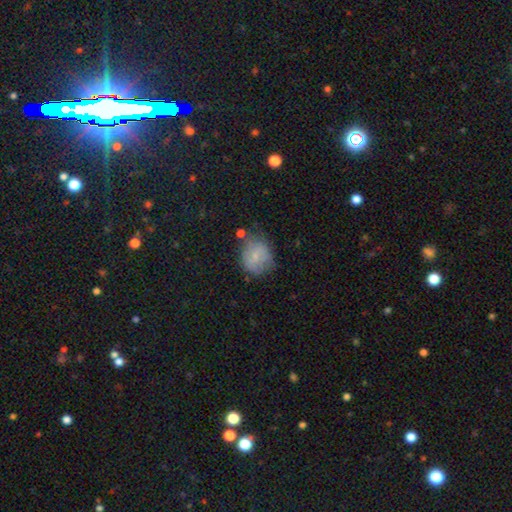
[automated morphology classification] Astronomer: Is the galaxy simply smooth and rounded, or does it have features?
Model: smooth — 65%.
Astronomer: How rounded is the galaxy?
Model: round — 62% (runner-up: in between, 37%).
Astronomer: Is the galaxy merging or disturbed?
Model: none — 58%.